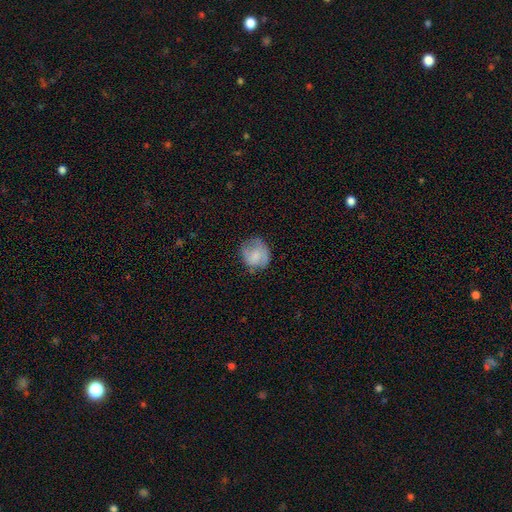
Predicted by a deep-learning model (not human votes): smooth-or-featured: smooth: 63% | featured or disk: 30% | star or artifact: 8%
  how-rounded: round: 77% | in between: 22% | cigar-shaped: 1%
  merging: none: 62% | minor disturbance: 26% | major disturbance: 11% | merger: 2%